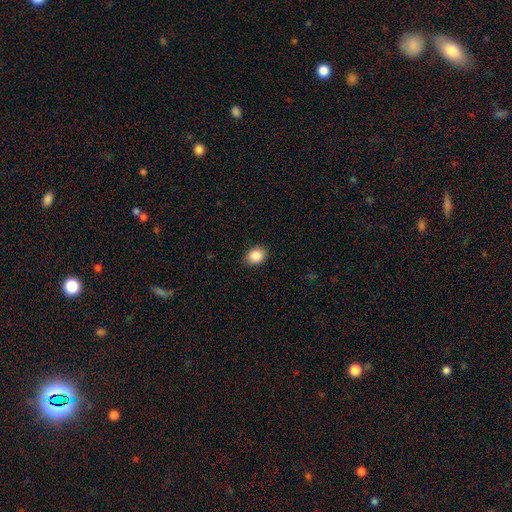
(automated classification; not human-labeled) Smooth or featured: smooth — 88% (star or artifact — 8%)
How rounded: in between — 54% (round — 45%)
Merging: none — 87% (minor disturbance — 10%)